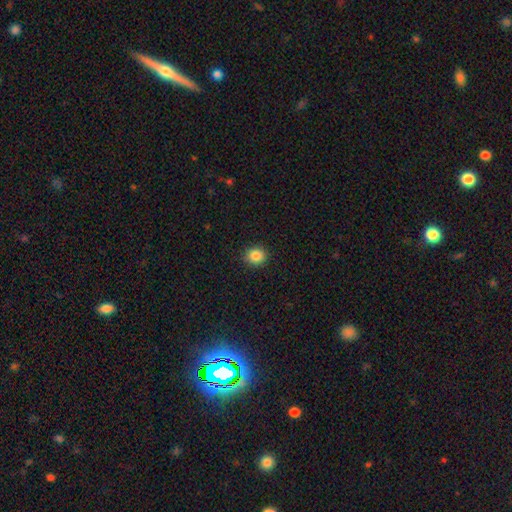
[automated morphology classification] Smooth or featured? smooth (86%)
How rounded? round (81%)
Merging? none (91%)